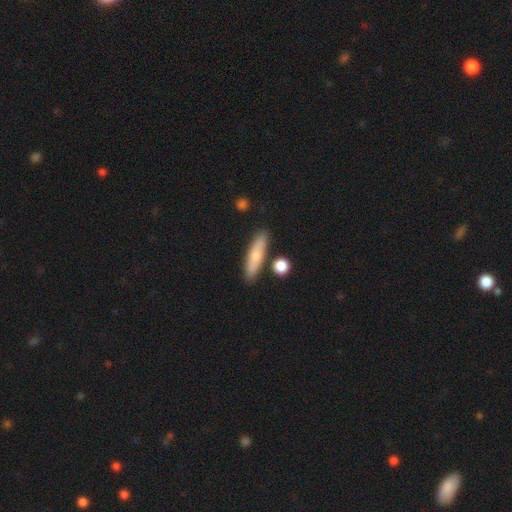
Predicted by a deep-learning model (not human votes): Smooth or featured? smooth (70%)
How rounded? cigar-shaped (74%)
Merging? none (82%)